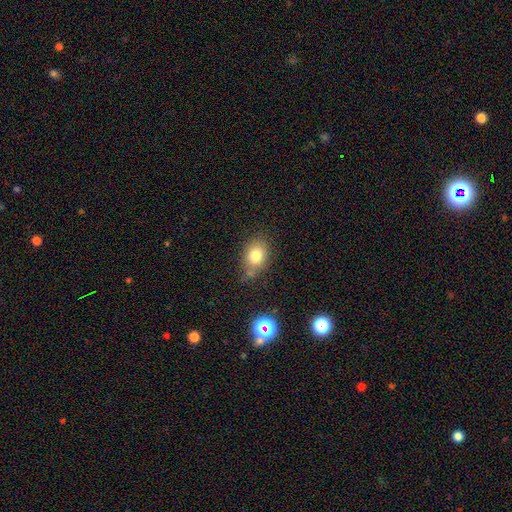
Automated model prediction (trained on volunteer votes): Overall: smooth (79%). How rounded: in between (64%; round 34%). Merging: none (66%).